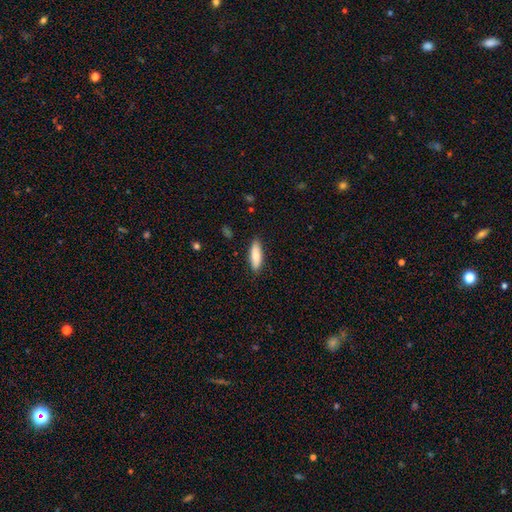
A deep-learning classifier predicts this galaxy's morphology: This appears to be a smooth galaxy with no disk features (82%) that is in between round and cigar-shaped (54%). Merging: none (87%).